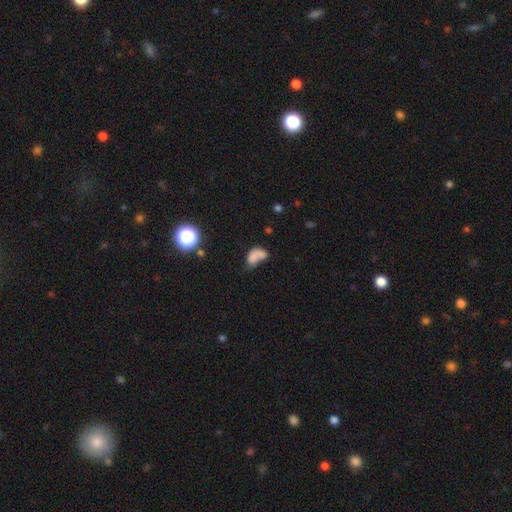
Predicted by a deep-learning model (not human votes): Morphology: type=smooth (69%); roundness=in between (79%); merging=merger (43%).